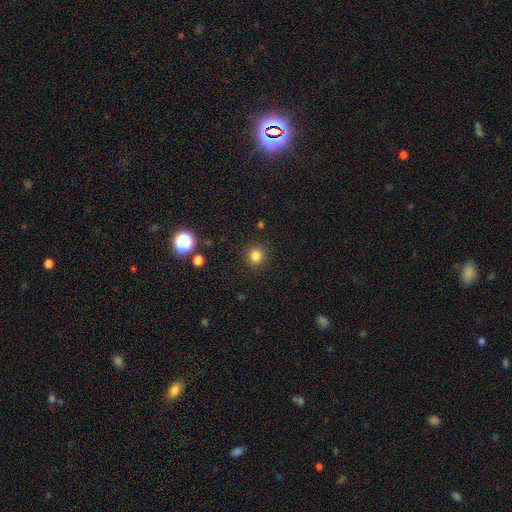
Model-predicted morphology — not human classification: smooth 82%, star or artifact 14%, featured or disk 5%. Down the decision tree: how rounded — round (93%); merging — none (90%).